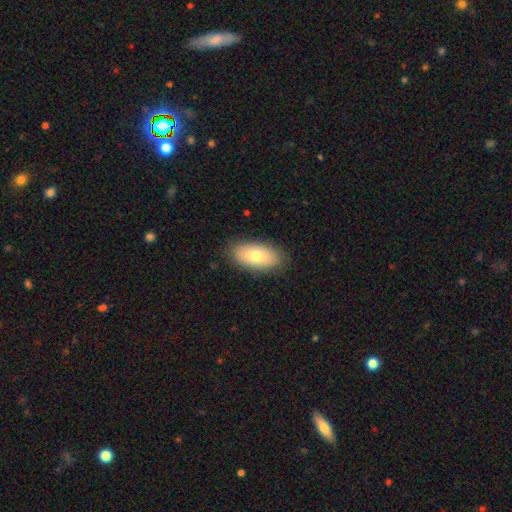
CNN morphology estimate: A smooth galaxy with no disk features (76%) that is in between round and cigar-shaped (93%). Merging: none (86%).